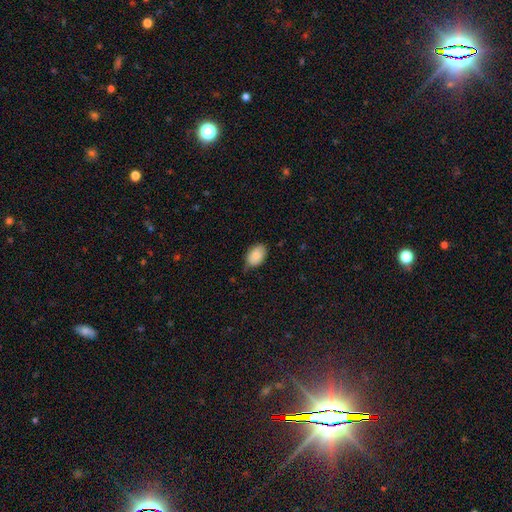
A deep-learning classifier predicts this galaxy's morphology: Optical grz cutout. It shows a smooth galaxy with no disk features (87%) that is in between round and cigar-shaped (89%). Merging: none (68%).